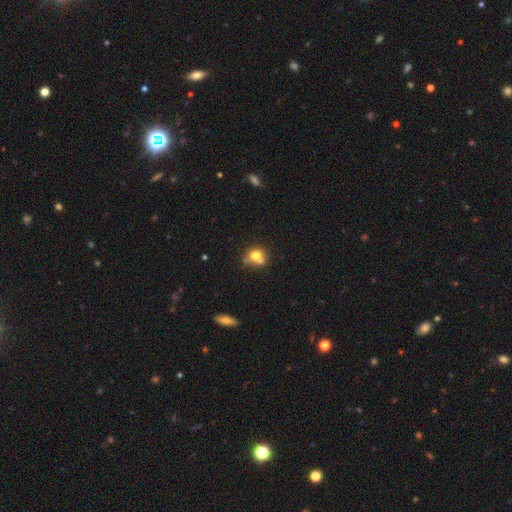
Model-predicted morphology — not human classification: Smooth or featured? Predicted: smooth (p=0.71). How rounded? Predicted: round (p=0.73). Merging? Predicted: none (p=0.43).